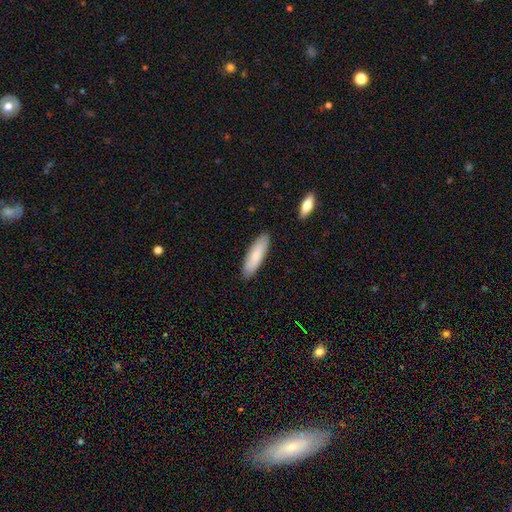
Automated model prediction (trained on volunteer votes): The model was most divided on "how rounded": cigar-shaped: 54%, in between: 44%, round: 1%. More confident: merging — none (88%); smooth or featured — smooth (81%).